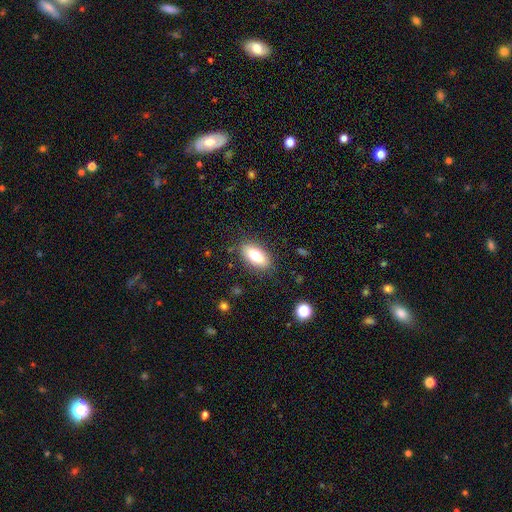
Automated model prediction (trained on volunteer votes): Smooth or featured: smooth — 77% (featured or disk — 15%)
How rounded: in between — 87% (cigar-shaped — 10%)
Merging: none — 85% (minor disturbance — 11%)